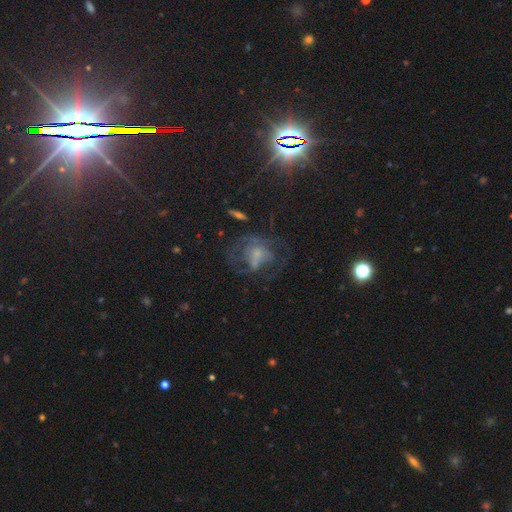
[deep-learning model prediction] Smooth or featured? featured or disk (55%)
Edge-on disk? no (97%)
Bar? no (76%)
Spiral arms? yes (51%)
Bulge size? small (40%)
Merging? none (42%)